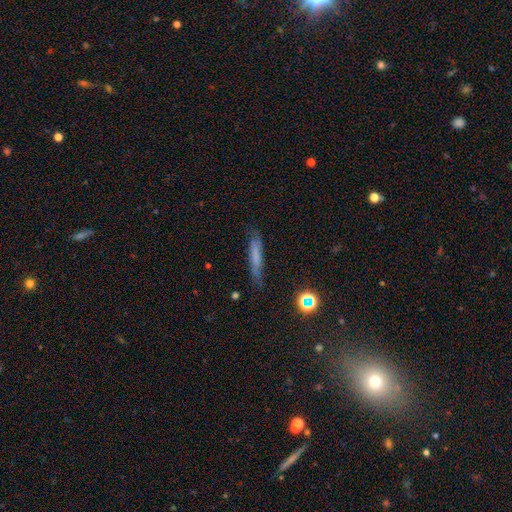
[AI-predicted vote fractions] The model was most divided on "smooth or featured": smooth: 55%, featured or disk: 33%, star or artifact: 12%. More confident: how rounded — cigar-shaped (87%); merging — none (68%).